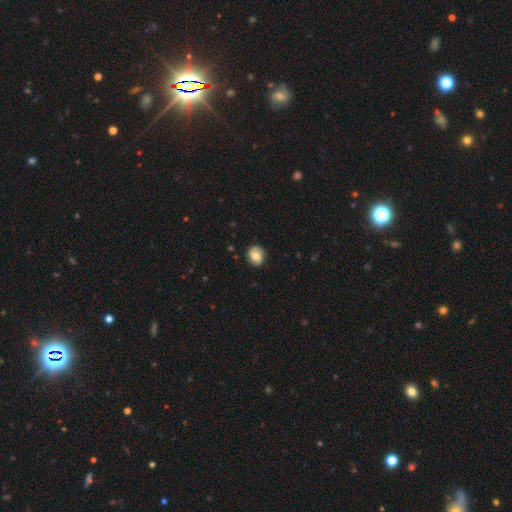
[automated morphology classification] A smooth galaxy with no disk features (68%) that is round (61%). Merging: none (84%).